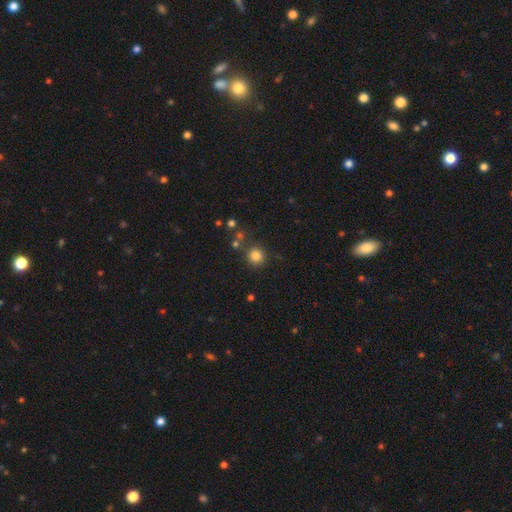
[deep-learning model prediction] Morphology: type=smooth (83%); roundness=round (93%); merging=none (82%).